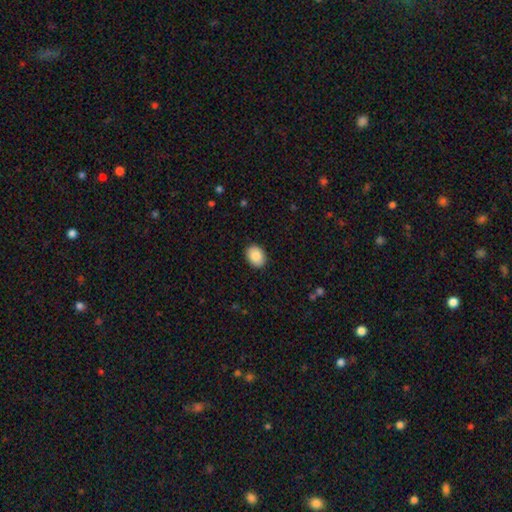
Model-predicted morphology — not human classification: smooth_or_featured: smooth (p=0.88) [alt: star or artifact p=0.07]
how_rounded: in between (p=0.69) [alt: round p=0.30]
merging: none (p=0.90) [alt: minor disturbance p=0.07]